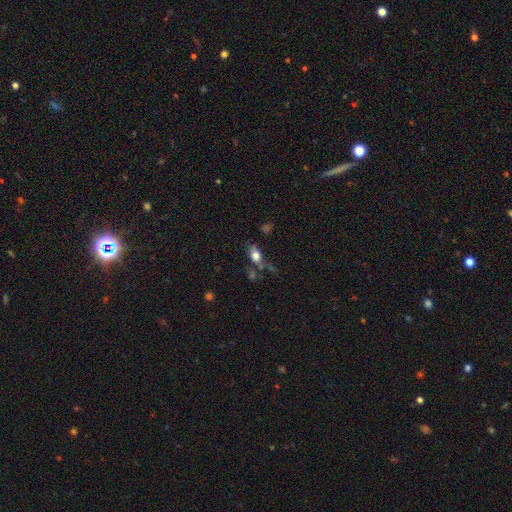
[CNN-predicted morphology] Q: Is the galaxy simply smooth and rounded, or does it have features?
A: smooth — 72%.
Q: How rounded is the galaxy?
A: in between — 77%.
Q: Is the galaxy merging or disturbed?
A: none — 46%.